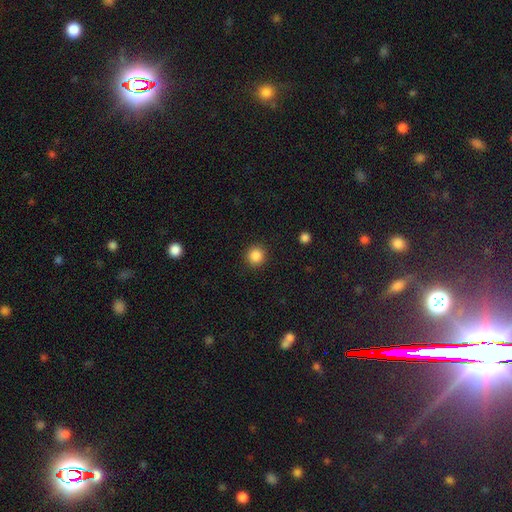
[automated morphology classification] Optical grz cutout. It shows a smooth galaxy with no disk features (87%) that is round (93%). Merging: none (91%).